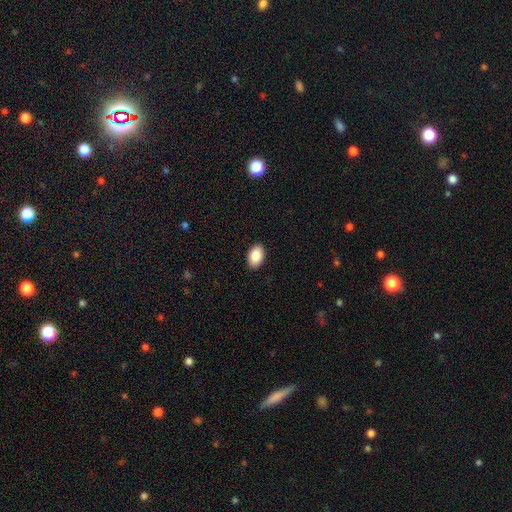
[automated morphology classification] Overall: smooth (89%). How rounded: in between (92%). Merging: none (91%).